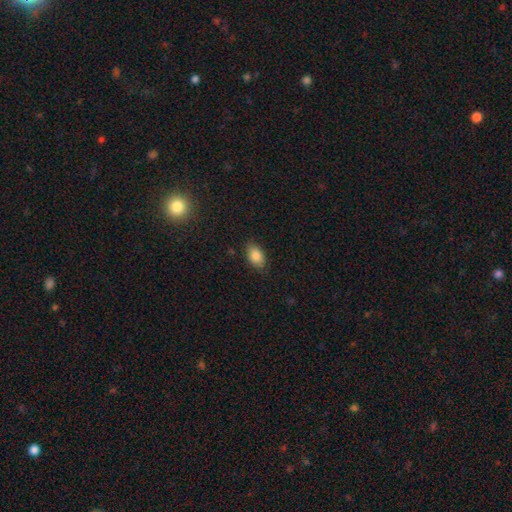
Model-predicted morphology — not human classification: type=smooth (85%); roundness=in between (89%); merging=none (83%).